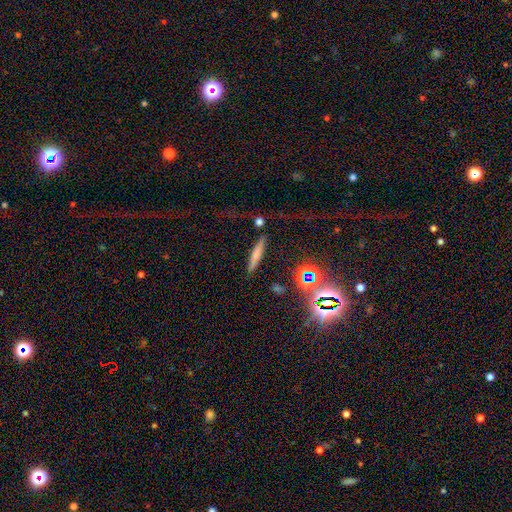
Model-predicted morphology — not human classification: type=smooth (60%); roundness=cigar-shaped (90%); merging=none (84%).